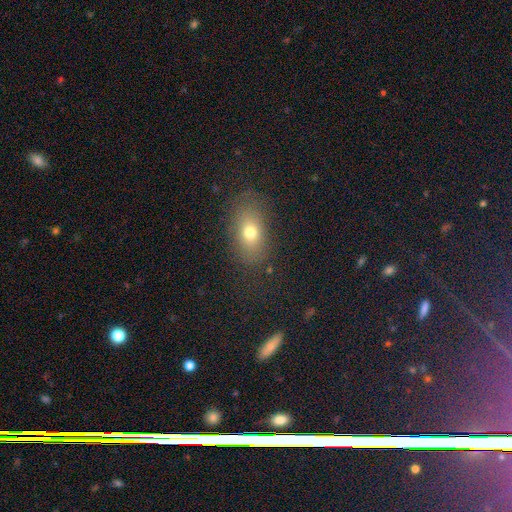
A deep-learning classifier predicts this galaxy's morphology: smooth_or_featured: smooth (p=0.52) [alt: star or artifact p=0.33]
how_rounded: in between (p=0.80) [alt: round p=0.12]
merging: none (p=0.86) [alt: minor disturbance p=0.09]